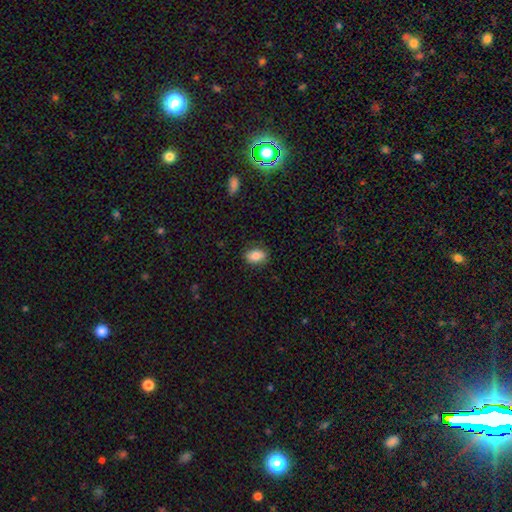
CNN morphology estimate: type=smooth (82%); roundness=in between (79%); merging=none (85%).